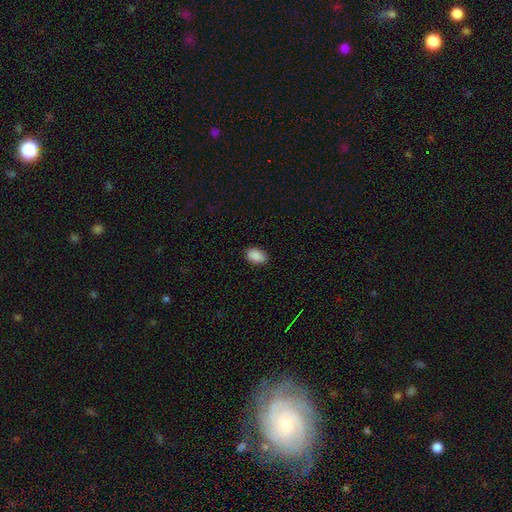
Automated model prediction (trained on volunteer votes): smooth-or-featured: smooth: 90% | star or artifact: 7% | featured or disk: 3%
  how-rounded: in between: 91% | round: 7% | cigar-shaped: 1%
  merging: none: 88% | minor disturbance: 9% | major disturbance: 2% | merger: 1%